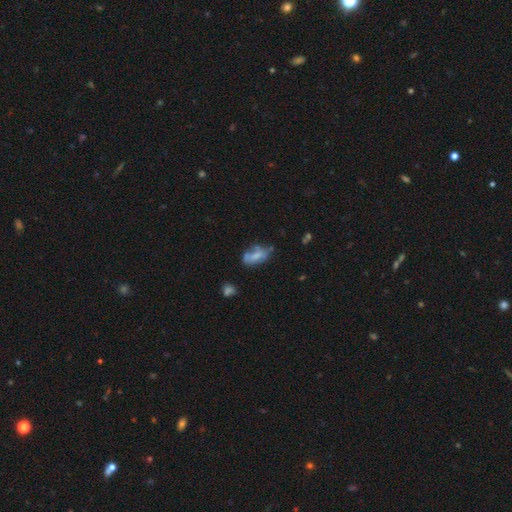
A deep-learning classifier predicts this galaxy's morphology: type=smooth (58%); roundness=in between (86%); merging=none (45%).